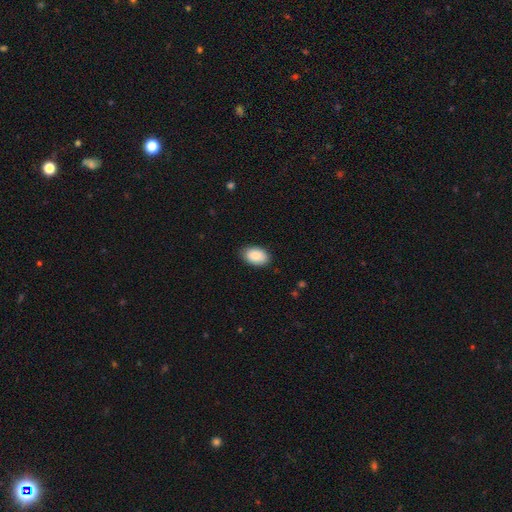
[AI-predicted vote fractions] Overall: smooth (88%). How rounded: in between (90%). Merging: none (85%).